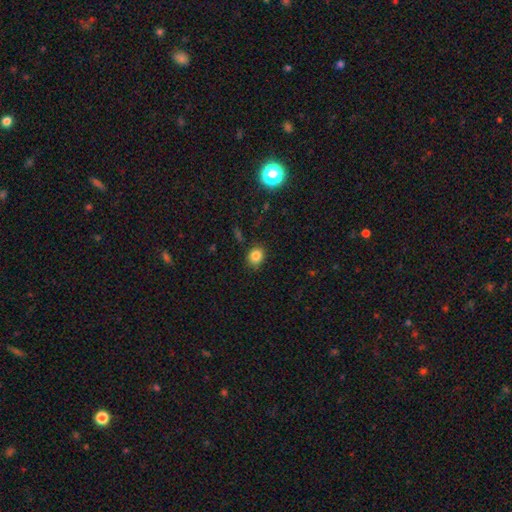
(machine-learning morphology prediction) A smooth galaxy with no disk features (83%) that is round (68%). Merging: none (84%).